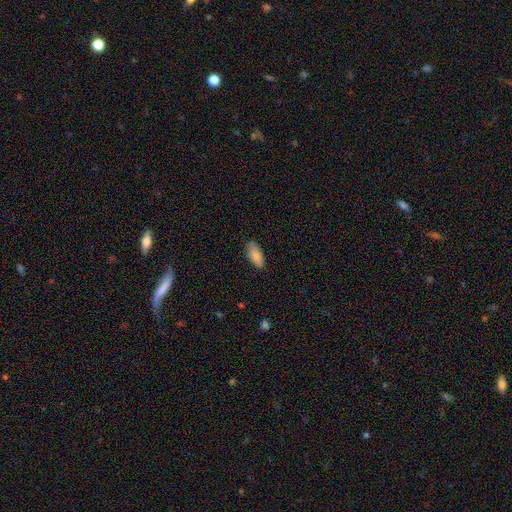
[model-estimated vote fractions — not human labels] This is clearly a smooth galaxy (84%). How rounded: clearly in between (90%). Merging: likely none (80%).